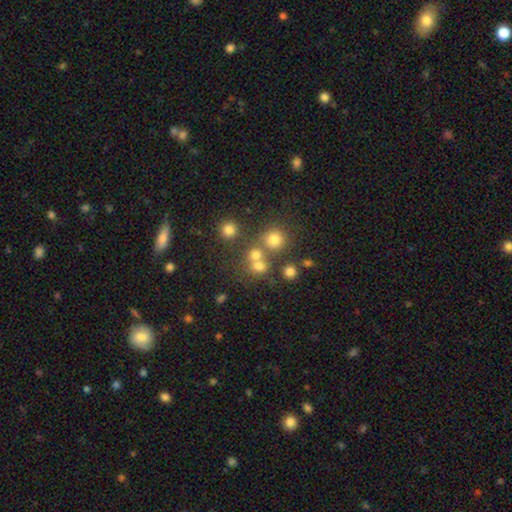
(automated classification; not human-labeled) Smooth or featured? smooth (70%)
How rounded? round (83%)
Merging? none (55%)